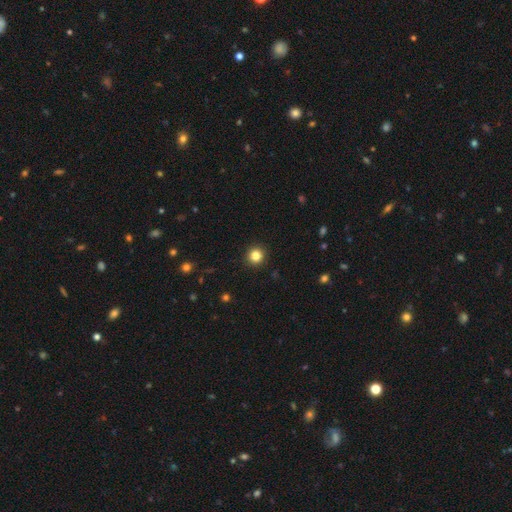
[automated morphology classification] A smooth galaxy with no disk features (84%) that is round (95%).

Vote fractions:
- Smooth or featured? smooth: 84% / star or artifact: 12% / featured or disk: 5%
- How rounded? round: 95% / in between: 5% / cigar-shaped: 1%
- Merging? none: 93% / minor disturbance: 5% / major disturbance: 2% / merger: 1%